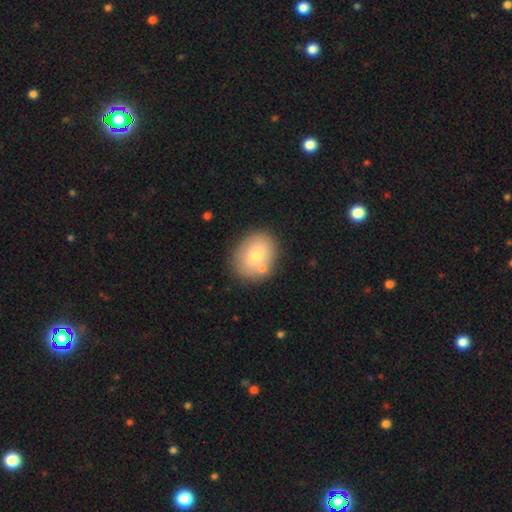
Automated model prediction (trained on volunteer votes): Smooth or featured: smooth — 71% (featured or disk — 20%)
How rounded: in between — 52% (round — 47%)
Merging: none — 75% (minor disturbance — 12%)